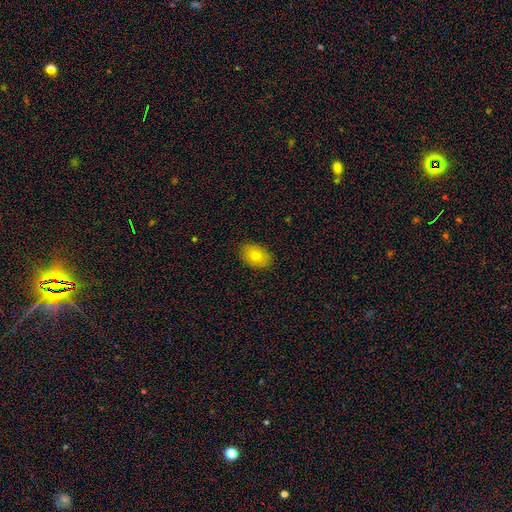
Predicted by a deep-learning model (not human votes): This appears to be a smooth galaxy with no disk features (78%) that is in between round and cigar-shaped (86%). Merging: none (88%).